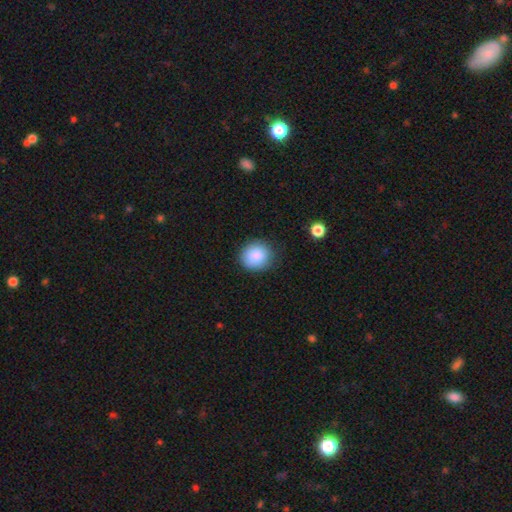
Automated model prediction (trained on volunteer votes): Overall: smooth (87%). How rounded: round (87%). Merging: none (86%).